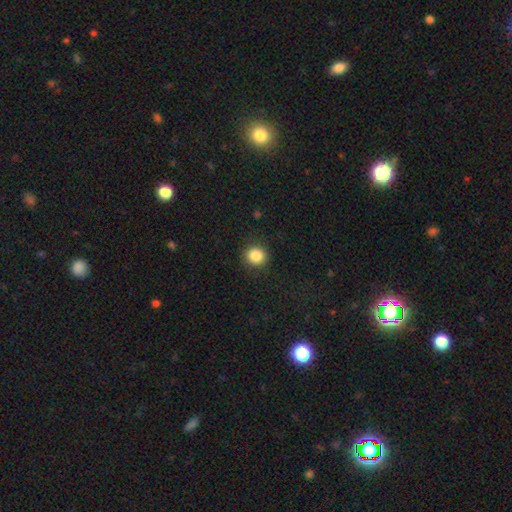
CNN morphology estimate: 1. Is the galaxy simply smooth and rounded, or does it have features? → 86% smooth, 10% star or artifact, 4% featured or disk.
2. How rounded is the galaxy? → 87% round, 12% in between, 1% cigar-shaped.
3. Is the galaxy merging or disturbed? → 89% none, 7% minor disturbance, 3% major disturbance, 1% merger.